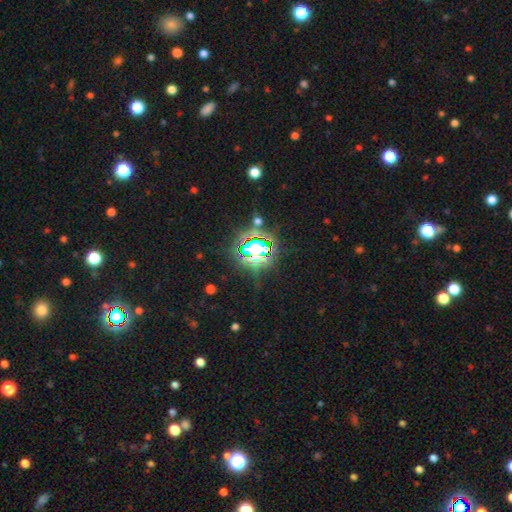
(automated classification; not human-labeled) Smooth or featured: star or artifact — 77% (smooth — 14%)